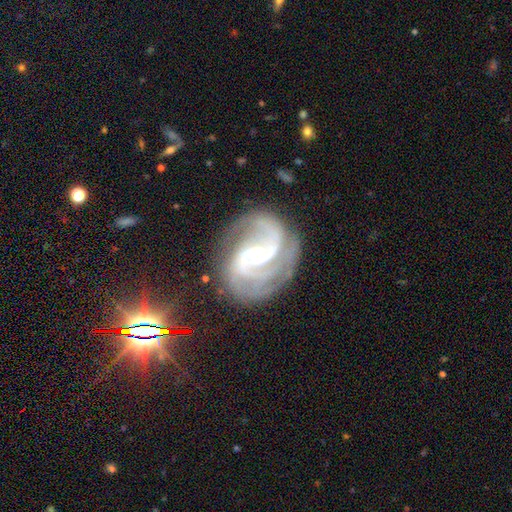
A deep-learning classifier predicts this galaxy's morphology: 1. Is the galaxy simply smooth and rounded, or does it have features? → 89% featured or disk, 6% star or artifact, 4% smooth.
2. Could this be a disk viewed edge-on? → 98% no, 2% yes.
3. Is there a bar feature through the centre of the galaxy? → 41% weak, 37% no, 22% strong.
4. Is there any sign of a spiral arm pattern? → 98% yes, 2% no.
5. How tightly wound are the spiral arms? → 48% medium, 38% tight, 14% loose.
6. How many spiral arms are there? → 49% 2, 22% 3, 11% can't tell, 7% 4, 5% 1, 5% more than 4.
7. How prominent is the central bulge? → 71% small, 24% moderate, 3% none, 2% large, 1% dominant.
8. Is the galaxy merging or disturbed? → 67% none, 17% minor disturbance, 10% major disturbance, 6% merger.